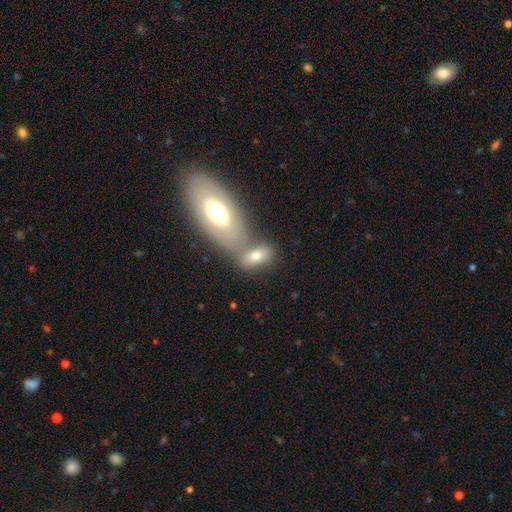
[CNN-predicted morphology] A smooth galaxy with no disk features (67%) that is in between round and cigar-shaped (84%).

Vote fractions:
- Smooth or featured? smooth: 67% / featured or disk: 24% / star or artifact: 9%
- How rounded? in between: 84% / round: 9% / cigar-shaped: 7%
- Merging? merger: 45% / none: 39% / minor disturbance: 11% / major disturbance: 5%